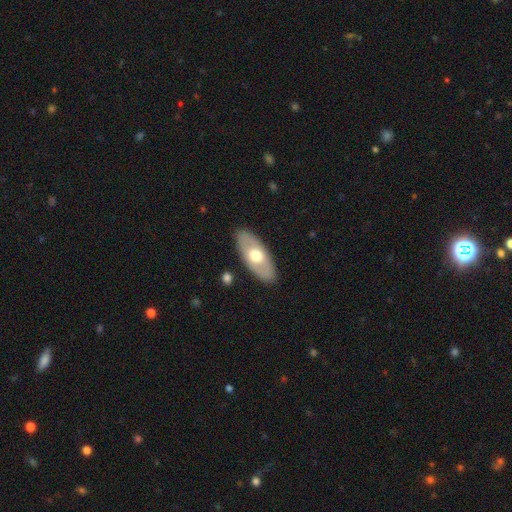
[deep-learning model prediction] smooth 53%, featured or disk 42%, star or artifact 5%. Down the decision tree: how rounded — in between (89%); merging — none (87%).